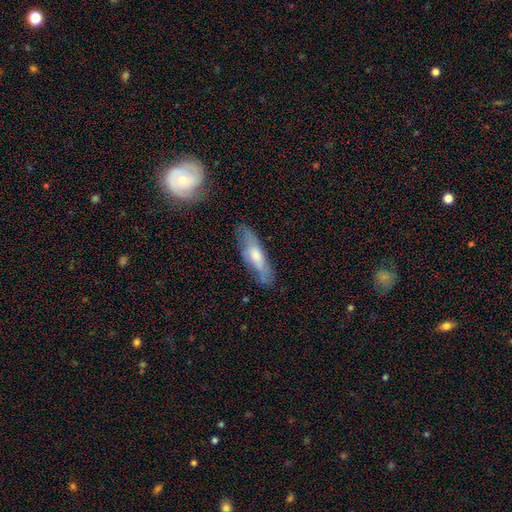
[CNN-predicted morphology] Overall: smooth (47%; featured or disk 46%). Merging: none (72%).